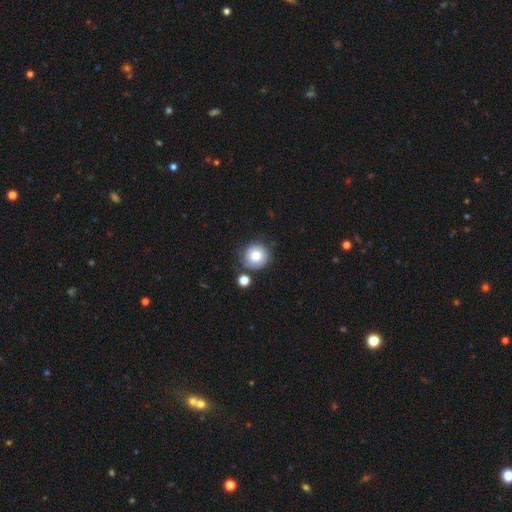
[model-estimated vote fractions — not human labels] A smooth galaxy with no disk features (77%) that is round (92%). Merging: none (72%).